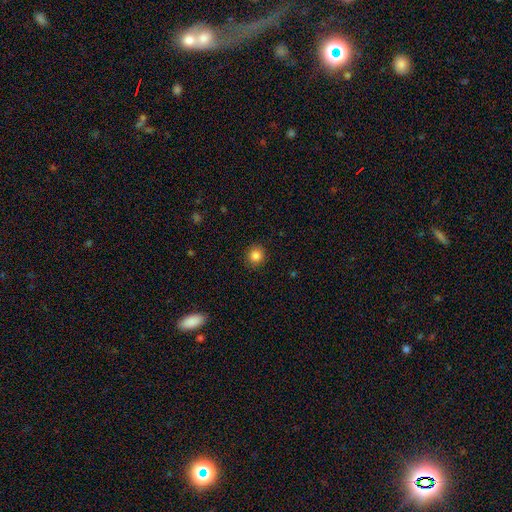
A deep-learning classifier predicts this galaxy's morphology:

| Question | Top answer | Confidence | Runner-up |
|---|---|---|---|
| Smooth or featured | smooth | 85% | star or artifact (11%) |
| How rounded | round | 90% | in between (10%) |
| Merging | none | 91% | minor disturbance (6%) |